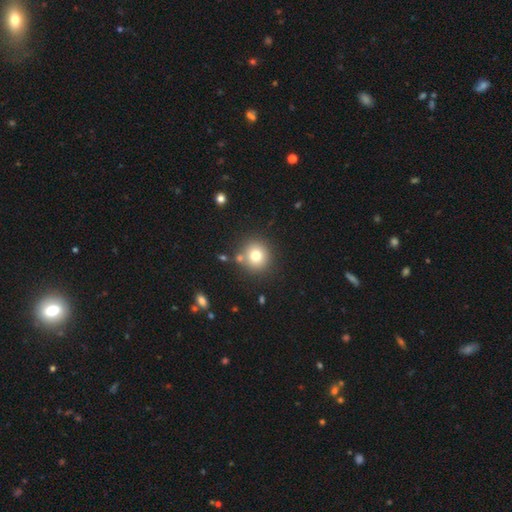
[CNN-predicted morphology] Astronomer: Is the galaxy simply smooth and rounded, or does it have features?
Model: smooth — 76%.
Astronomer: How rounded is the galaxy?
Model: round — 90%.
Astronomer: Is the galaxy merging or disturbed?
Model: none — 80%.